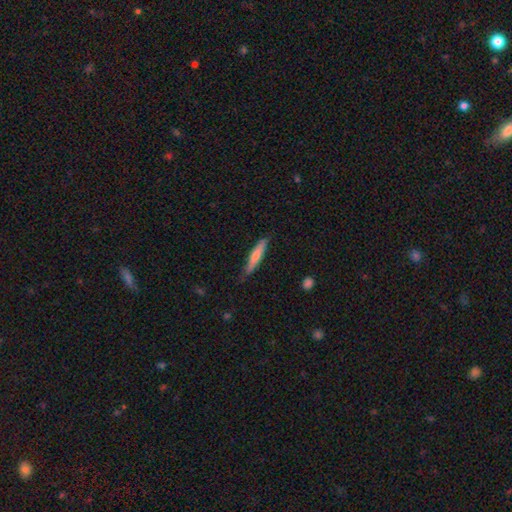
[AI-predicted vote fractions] This is possibly a smooth galaxy (58%). How rounded: clearly cigar-shaped (92%). Merging: clearly none (83%).